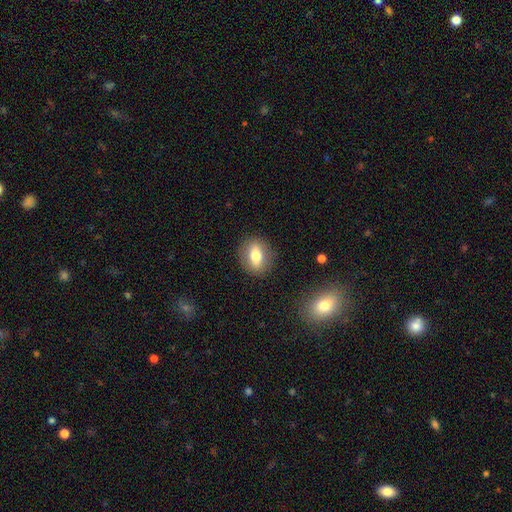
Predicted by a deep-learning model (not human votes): This is likely a smooth galaxy (71%). How rounded: likely in between (66%). Merging: clearly none (86%).